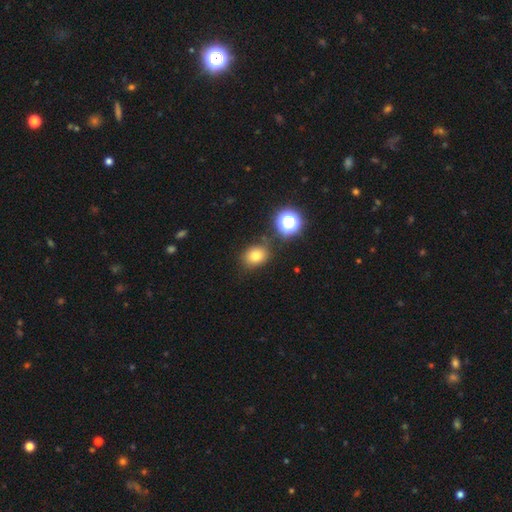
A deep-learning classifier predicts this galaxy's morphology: smooth-or-featured: smooth: 77% | star or artifact: 16% | featured or disk: 8%
  how-rounded: in between: 50% | round: 49% | cigar-shaped: 1%
  merging: none: 77% | minor disturbance: 13% | merger: 6% | major disturbance: 4%